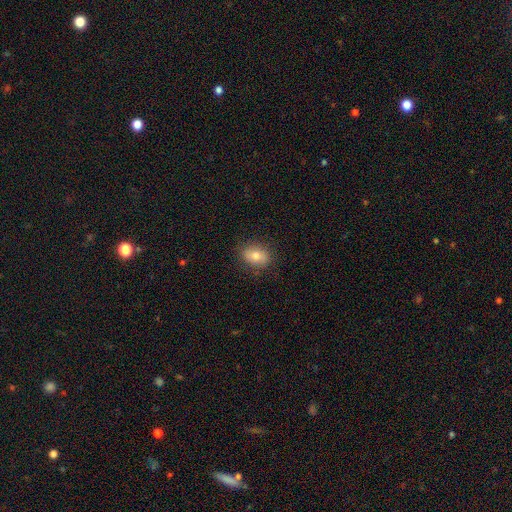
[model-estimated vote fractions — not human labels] This appears to be a smooth galaxy with no disk features (75%) that is in between round and cigar-shaped (71%). Merging: none (85%).